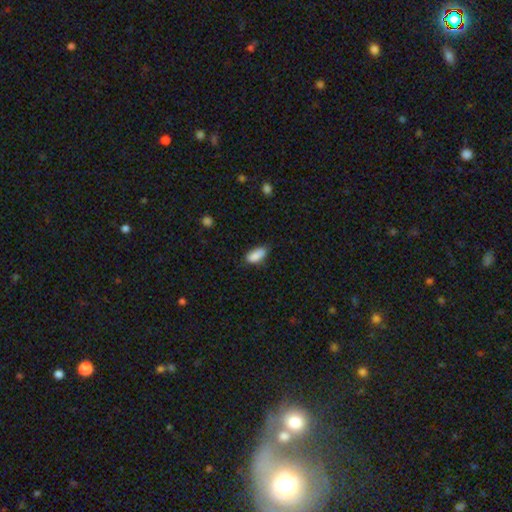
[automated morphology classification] Overall: smooth (88%). How rounded: in between (88%). Merging: none (66%; minor disturbance 28%).